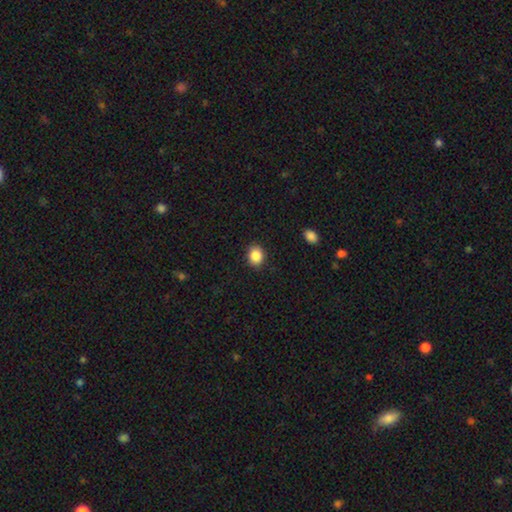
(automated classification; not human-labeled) Smooth or featured? smooth (87%)
How rounded? round (54%)
Merging? none (90%)